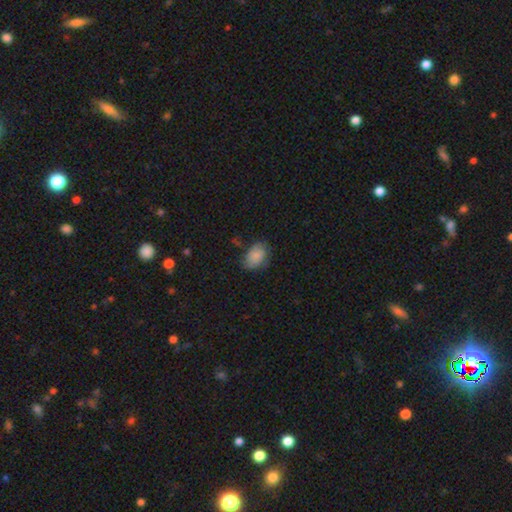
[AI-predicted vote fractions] Q: Smooth or featured?
A: smooth (81%); runner-up: featured or disk (12%)
Q: How rounded?
A: in between (83%); runner-up: round (16%)
Q: Merging?
A: none (65%); runner-up: minor disturbance (26%)